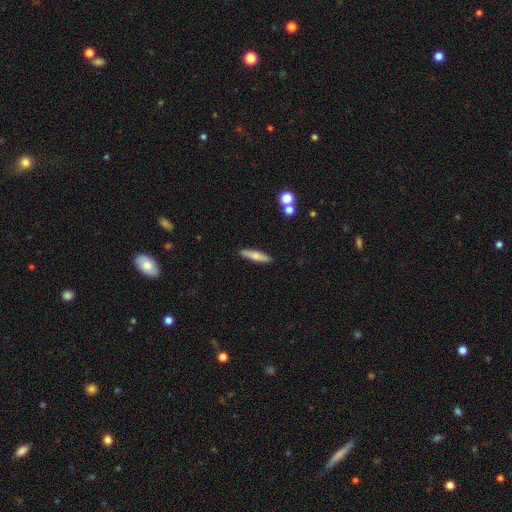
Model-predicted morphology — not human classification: smooth_or_featured: smooth (p=0.69) [alt: featured or disk p=0.24]
how_rounded: cigar-shaped (p=0.84) [alt: in between p=0.15]
merging: none (p=0.90) [alt: minor disturbance p=0.07]